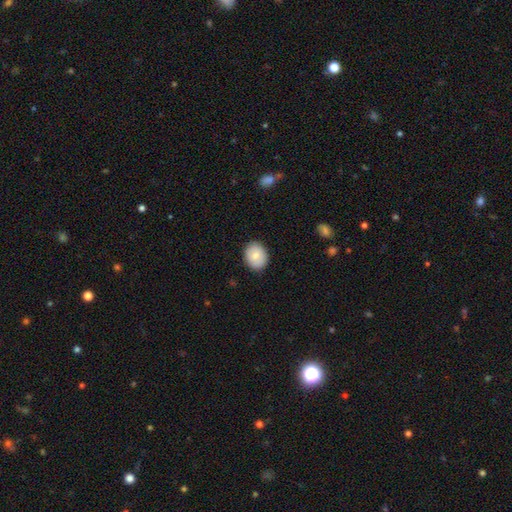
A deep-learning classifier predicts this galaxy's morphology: Smooth or featured?
  - smooth: 77% *
  - featured or disk: 16%
  - star or artifact: 7%
How rounded?
  - round: 53% *
  - in between: 46%
  - cigar-shaped: 1%
Merging?
  - none: 87% *
  - minor disturbance: 10%
  - major disturbance: 2%
  - merger: 1%